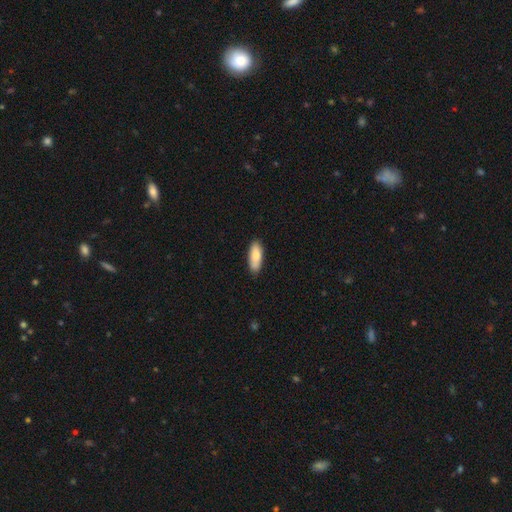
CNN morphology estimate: smooth_or_featured: smooth (p=0.83) [alt: featured or disk p=0.12]
how_rounded: in between (p=0.72) [alt: cigar-shaped p=0.26]
merging: none (p=0.84) [alt: minor disturbance p=0.12]